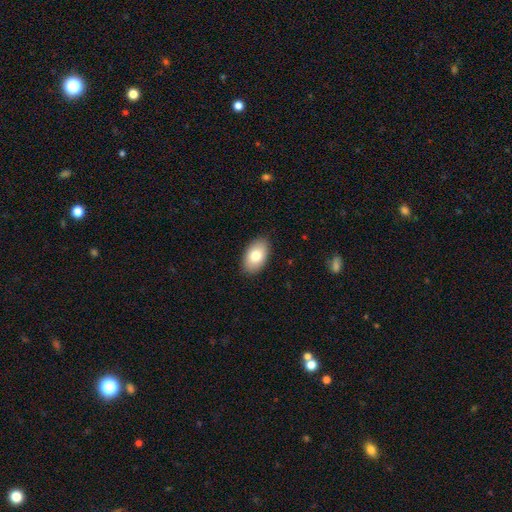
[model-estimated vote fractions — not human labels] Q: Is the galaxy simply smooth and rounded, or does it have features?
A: smooth — 80%.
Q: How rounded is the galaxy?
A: in between — 93%.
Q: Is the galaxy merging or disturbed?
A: none — 88%.